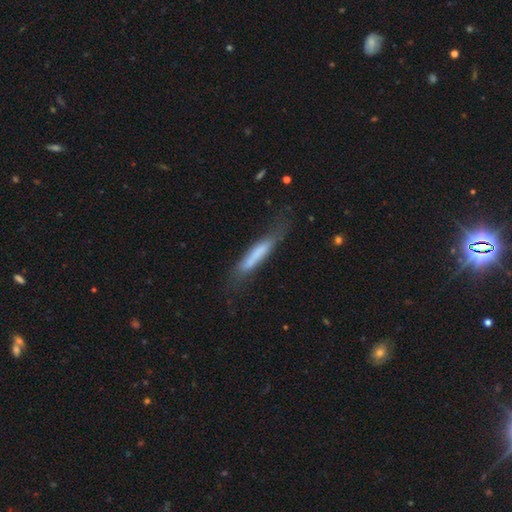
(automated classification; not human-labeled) Smooth or featured?
  - smooth: 62% *
  - featured or disk: 31%
  - star or artifact: 7%
How rounded?
  - cigar-shaped: 90% *
  - in between: 9%
  - round: 1%
Merging?
  - none: 56% *
  - minor disturbance: 27%
  - major disturbance: 14%
  - merger: 3%